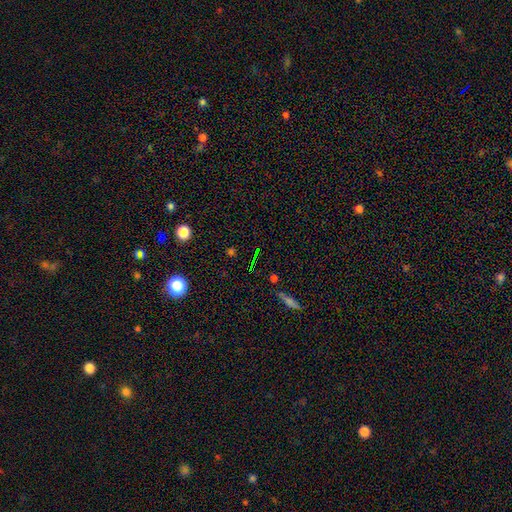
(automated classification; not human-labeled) Overall: star or artifact (65%).